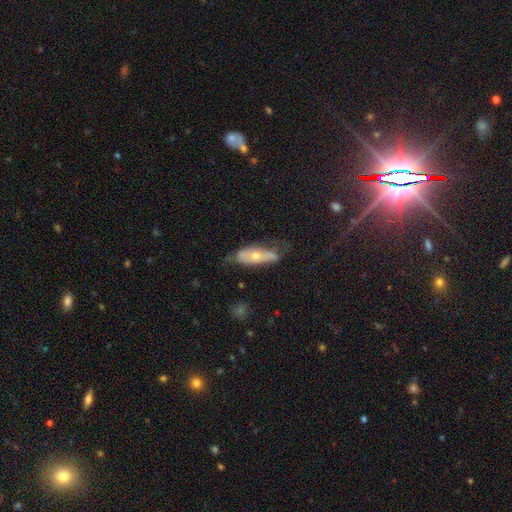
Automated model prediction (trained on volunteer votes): Smooth or featured? Predicted: featured or disk (p=0.51). Edge-on disk? Predicted: no (p=0.63). Merging? Predicted: none (p=0.53).